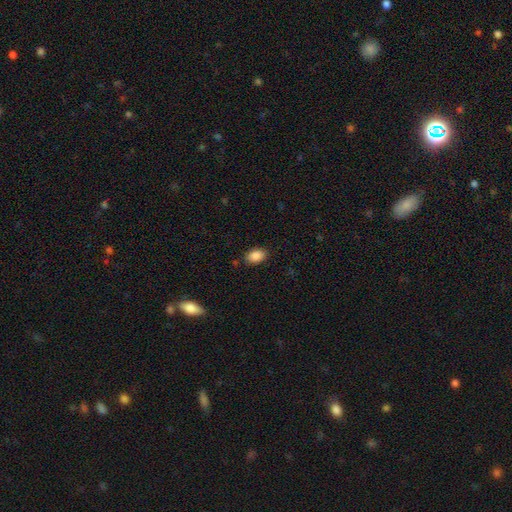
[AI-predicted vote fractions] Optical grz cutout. It shows a smooth galaxy with no disk features (88%) that is in between round and cigar-shaped (87%). Merging: none (85%).